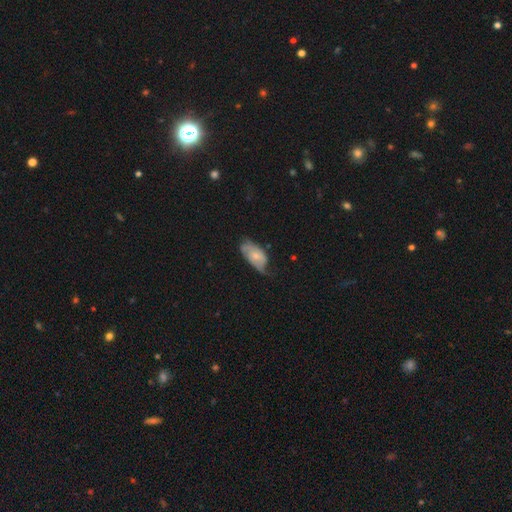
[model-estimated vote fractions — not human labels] This is possibly a featured or disk galaxy (51%). It is clearly not viewed edge-on (93%). Merging: marginally none (42%).